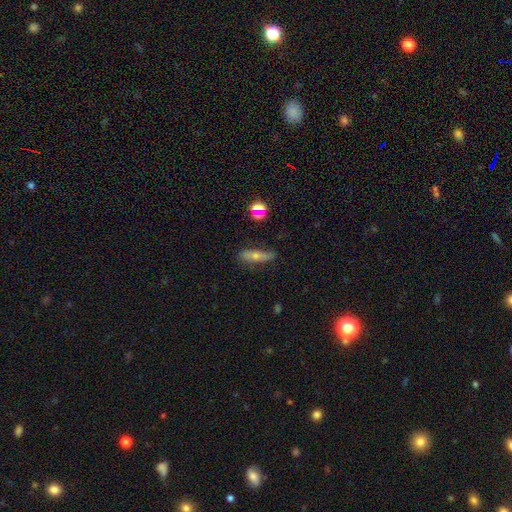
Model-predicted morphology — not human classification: A smooth galaxy with no disk features (45%). Merging: none (68%).